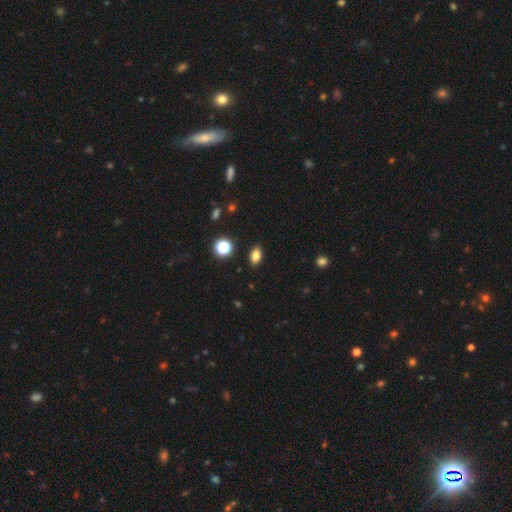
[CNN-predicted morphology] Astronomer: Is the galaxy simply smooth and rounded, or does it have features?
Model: smooth — 80%.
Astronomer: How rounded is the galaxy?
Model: in between — 83%.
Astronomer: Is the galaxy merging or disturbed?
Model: none — 88%.